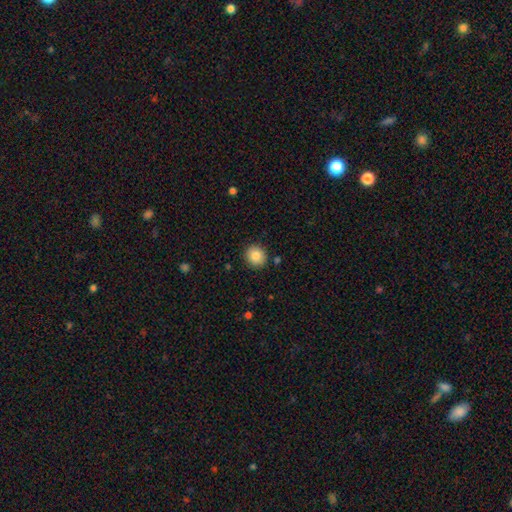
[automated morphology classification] smooth-or-featured: smooth: 85% | star or artifact: 9% | featured or disk: 6%
  how-rounded: round: 85% | in between: 14% | cigar-shaped: 1%
  merging: none: 89% | minor disturbance: 7% | major disturbance: 2% | merger: 2%